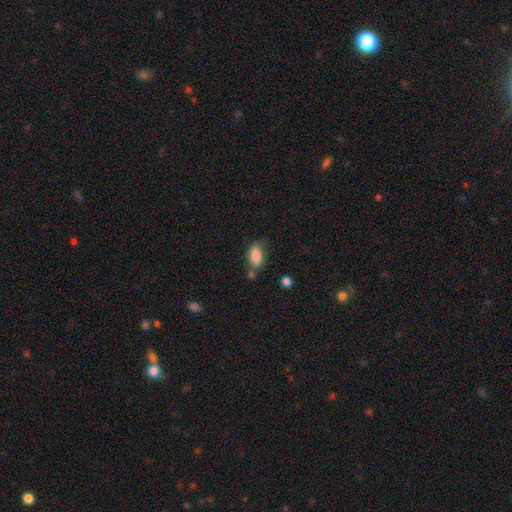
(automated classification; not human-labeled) Q: Smooth or featured?
A: smooth (83%); runner-up: featured or disk (9%)
Q: How rounded?
A: in between (89%); runner-up: cigar-shaped (6%)
Q: Merging?
A: none (57%); runner-up: minor disturbance (24%)